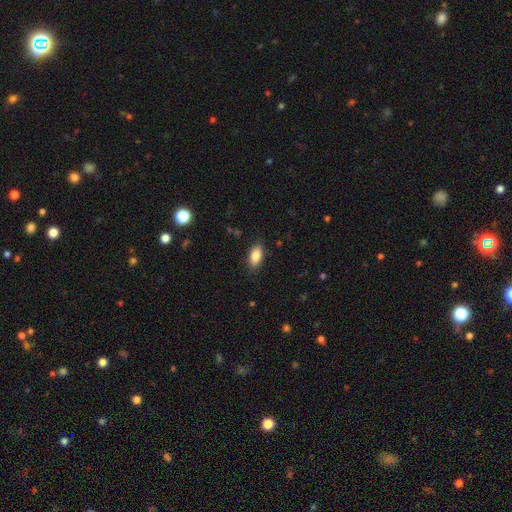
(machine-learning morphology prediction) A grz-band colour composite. It shows a smooth galaxy with no disk features (84%) that is in between round and cigar-shaped (89%). Merging: none (86%).